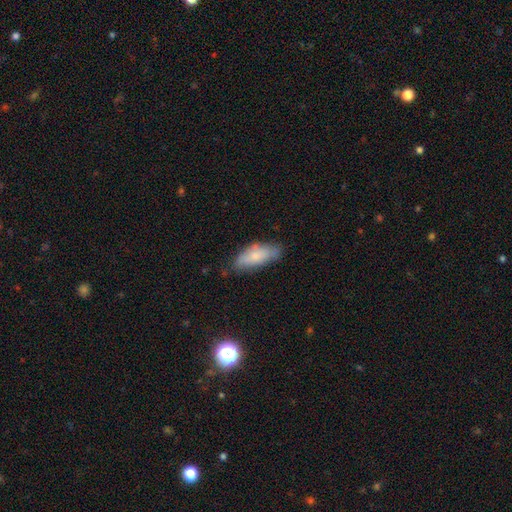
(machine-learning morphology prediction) Smooth or featured? smooth (77%)
How rounded? in between (74%)
Merging? none (65%)